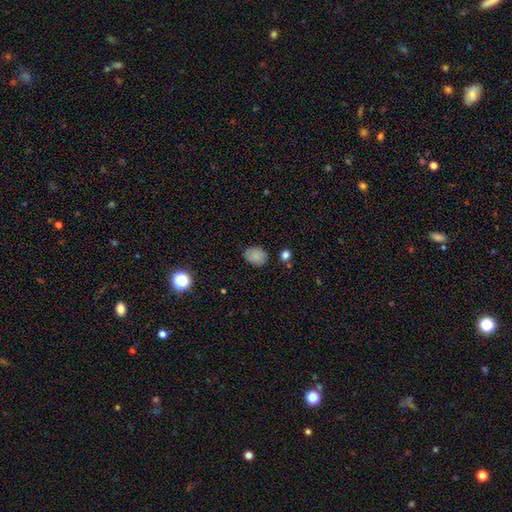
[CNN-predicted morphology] Smooth or featured?
  - smooth: 82% *
  - star or artifact: 10%
  - featured or disk: 8%
How rounded?
  - in between: 60% *
  - round: 39%
  - cigar-shaped: 1%
Merging?
  - none: 80% *
  - minor disturbance: 15%
  - major disturbance: 3%
  - merger: 2%